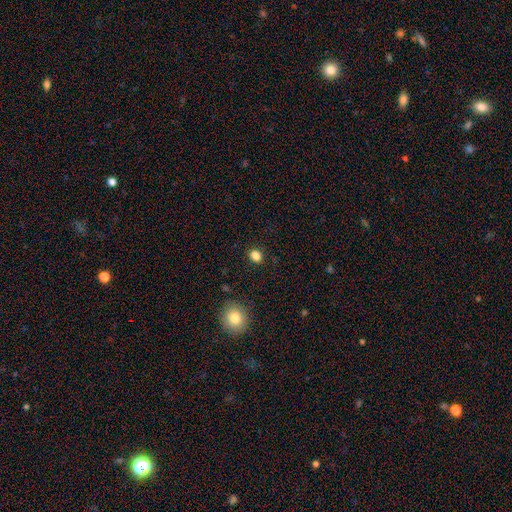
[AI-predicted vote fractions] smooth_or_featured: smooth (p=0.84) [alt: star or artifact p=0.12]
how_rounded: round (p=0.55) [alt: in between p=0.44]
merging: none (p=0.88) [alt: minor disturbance p=0.08]